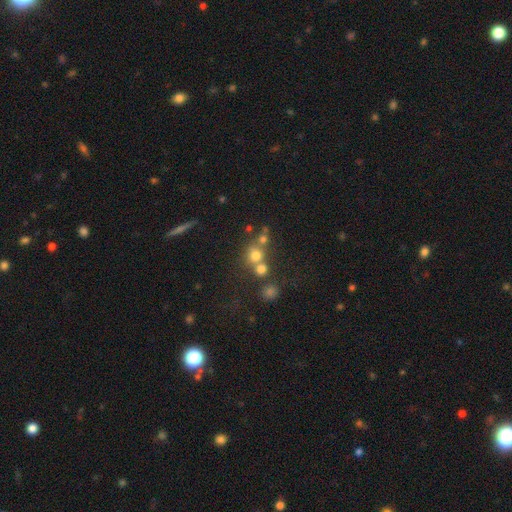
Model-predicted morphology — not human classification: Q: Smooth or featured?
A: smooth (68%); runner-up: star or artifact (19%)
Q: How rounded?
A: round (85%); runner-up: in between (14%)
Q: Merging?
A: none (49%); runner-up: merger (38%)